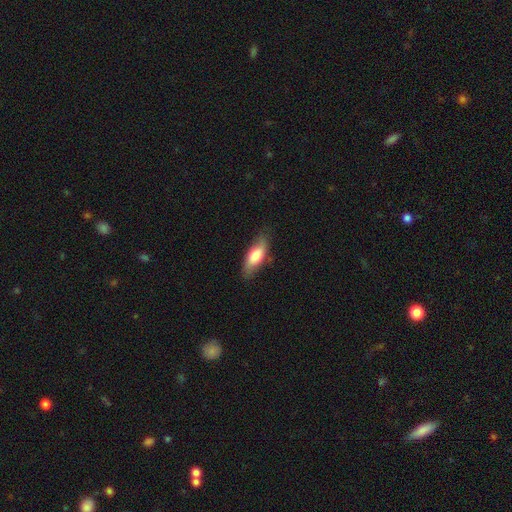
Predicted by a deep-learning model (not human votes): This is likely a smooth galaxy (69%). How rounded: likely in between (74%). Merging: likely none (76%).